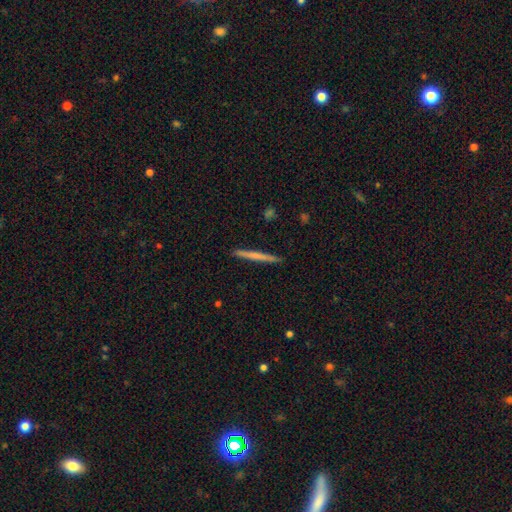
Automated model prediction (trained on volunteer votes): smooth-or-featured: smooth: 57% | featured or disk: 37% | star or artifact: 5%
  how-rounded: cigar-shaped: 97% | in between: 2% | round: 1%
  merging: none: 92% | minor disturbance: 5% | major disturbance: 1% | merger: 1%